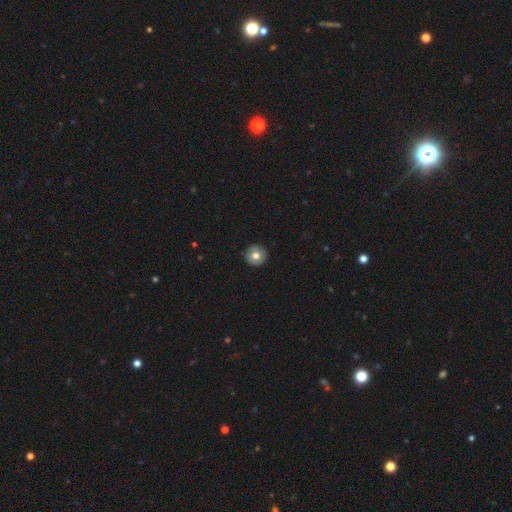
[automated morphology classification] smooth-or-featured: smooth: 71% | featured or disk: 21% | star or artifact: 8%
  how-rounded: round: 96% | in between: 3% | cigar-shaped: 1%
  merging: none: 91% | minor disturbance: 6% | major disturbance: 2% | merger: 1%